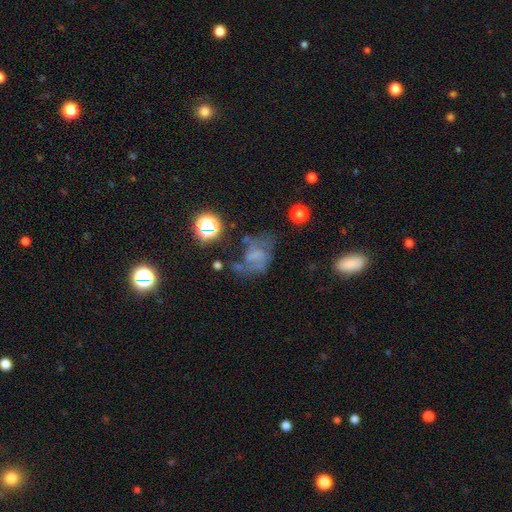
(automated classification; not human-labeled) Smooth or featured? Predicted: featured or disk (p=0.47). Merging? Predicted: major disturbance (p=0.35, tied with none).